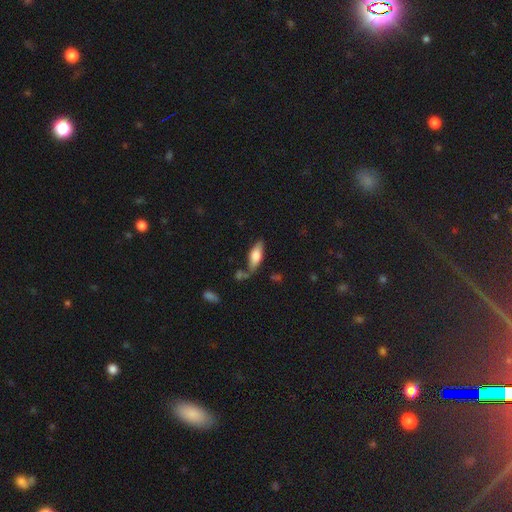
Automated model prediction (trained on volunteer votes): Overall: smooth (65%; featured or disk 29%). How rounded: in between (68%; cigar-shaped 29%). Merging: none (63%).